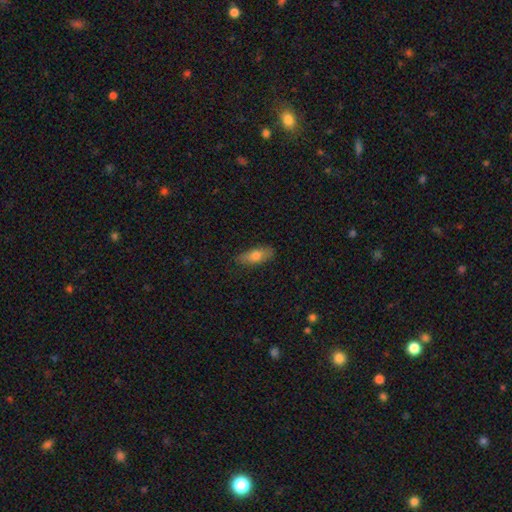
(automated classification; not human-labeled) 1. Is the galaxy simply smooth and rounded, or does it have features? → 74% smooth, 20% featured or disk, 7% star or artifact.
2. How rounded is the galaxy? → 71% in between, 26% cigar-shaped, 3% round.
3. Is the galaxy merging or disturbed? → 85% none, 12% minor disturbance, 2% major disturbance, 1% merger.